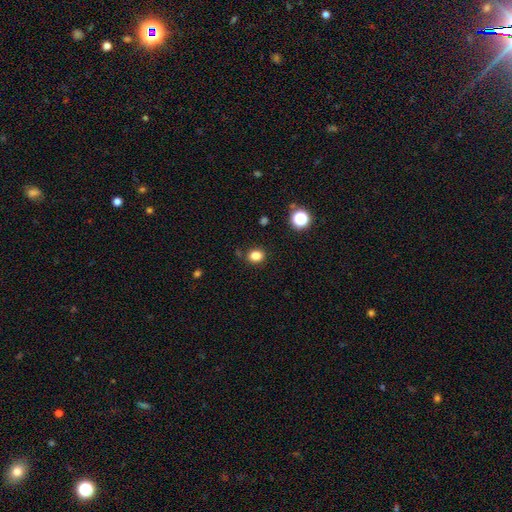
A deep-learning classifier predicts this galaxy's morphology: A smooth galaxy with no disk features (83%) that is round (61%).

Vote fractions:
- Smooth or featured? smooth: 83% / star or artifact: 13% / featured or disk: 4%
- How rounded? round: 61% / in between: 38% / cigar-shaped: 1%
- Merging? none: 86% / minor disturbance: 9% / major disturbance: 3% / merger: 2%